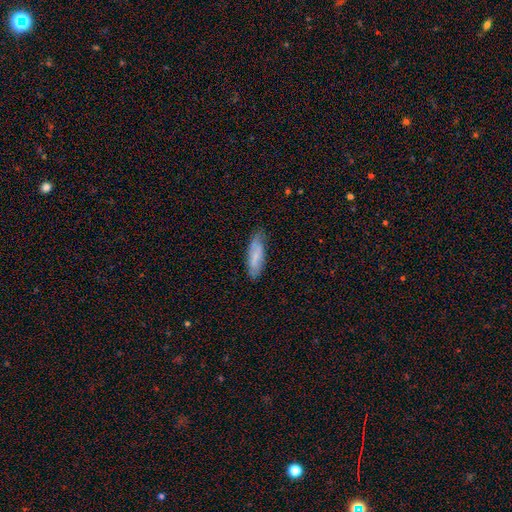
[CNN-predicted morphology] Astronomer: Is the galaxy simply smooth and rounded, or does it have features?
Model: smooth — 70%.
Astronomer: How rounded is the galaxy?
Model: cigar-shaped — 50% (runner-up: in between, 48%).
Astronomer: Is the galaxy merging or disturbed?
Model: none — 74%.